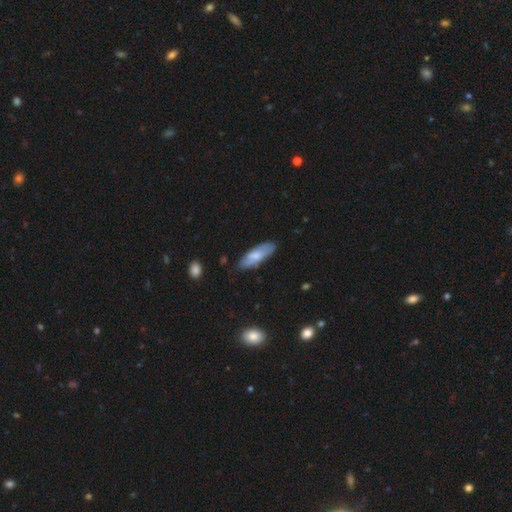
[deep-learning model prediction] Smooth or featured?
  - smooth: 66% *
  - featured or disk: 28%
  - star or artifact: 6%
How rounded?
  - in between: 64% *
  - cigar-shaped: 35%
  - round: 2%
Merging?
  - none: 80% *
  - minor disturbance: 15%
  - major disturbance: 3%
  - merger: 2%